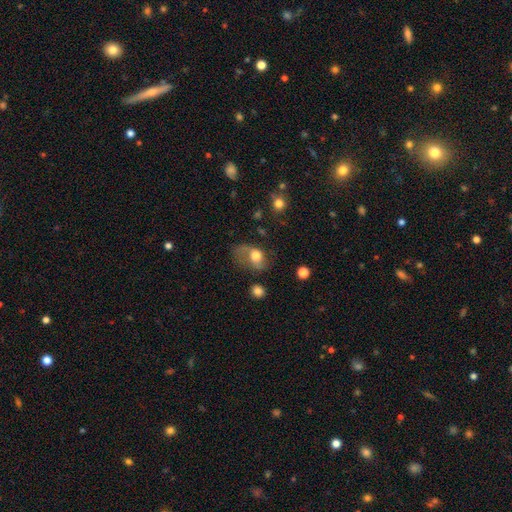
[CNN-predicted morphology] This appears to be a smooth galaxy with no disk features (55%) that is in between round and cigar-shaped (65%). Merging: major disturbance (36%).